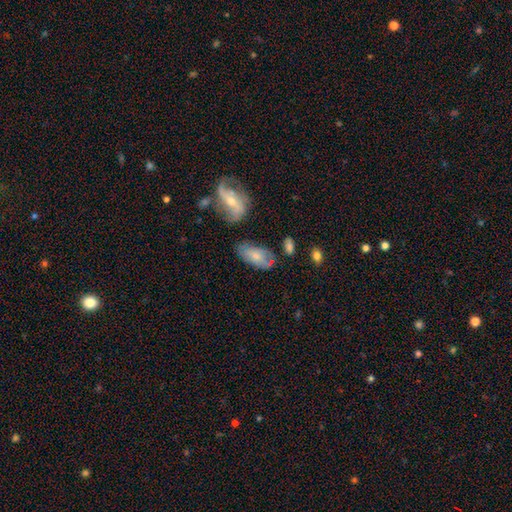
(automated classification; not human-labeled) The model was most divided on "merging": none: 57%, minor disturbance: 25%, merger: 9%, major disturbance: 9%. More confident: how rounded — in between (91%); smooth or featured — smooth (68%).